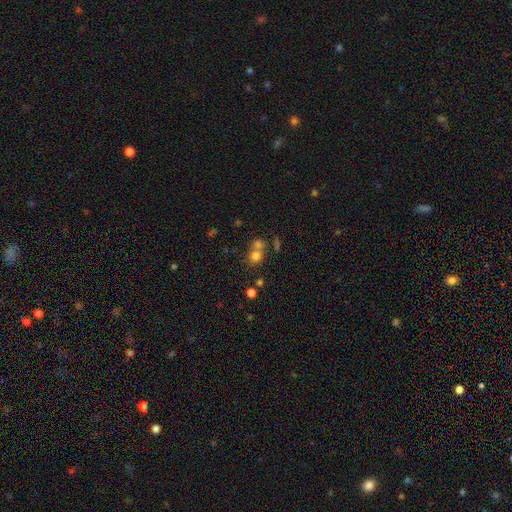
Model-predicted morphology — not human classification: smooth_or_featured: smooth (p=0.73) [alt: star or artifact p=0.16]
how_rounded: round (p=0.84) [alt: in between p=0.15]
merging: none (p=0.49) [alt: merger p=0.40]